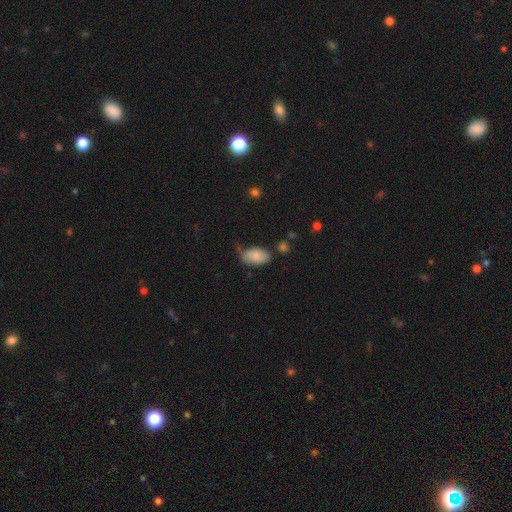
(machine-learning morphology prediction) Smooth or featured? Predicted: smooth (p=0.84). How rounded? Predicted: in between (p=0.94). Merging? Predicted: none (p=0.61).